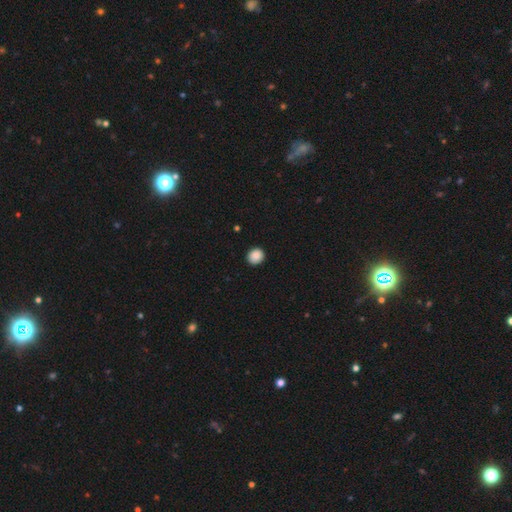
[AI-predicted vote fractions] This appears to be a smooth galaxy with no disk features (89%) that is round (83%). Merging: none (91%).